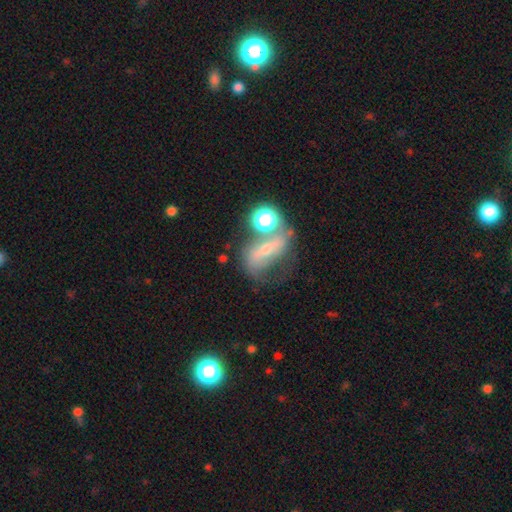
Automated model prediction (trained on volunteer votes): featured or disk 50%, smooth 33%, star or artifact 16%. Down the decision tree: edge-on disk — no (86%); merging — none (39%).